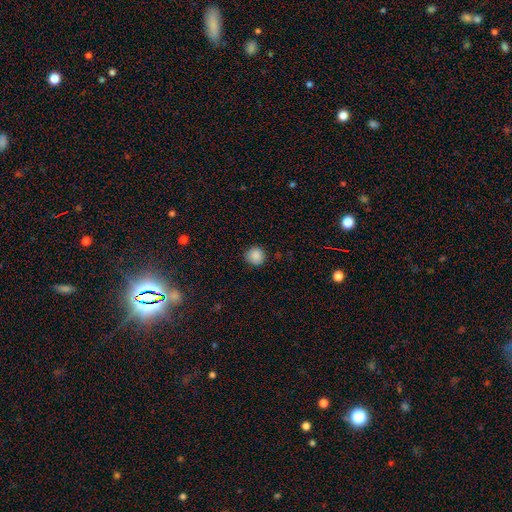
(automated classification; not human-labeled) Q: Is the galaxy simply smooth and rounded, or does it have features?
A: smooth — 87%.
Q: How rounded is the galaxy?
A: round — 93%.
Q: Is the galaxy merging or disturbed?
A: none — 89%.